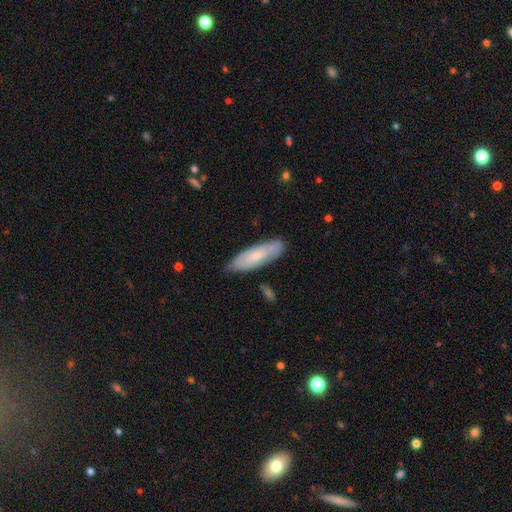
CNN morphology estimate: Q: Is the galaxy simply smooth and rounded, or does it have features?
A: smooth — 63%.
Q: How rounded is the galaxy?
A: cigar-shaped — 50%.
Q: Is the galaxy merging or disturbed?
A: none — 80%.